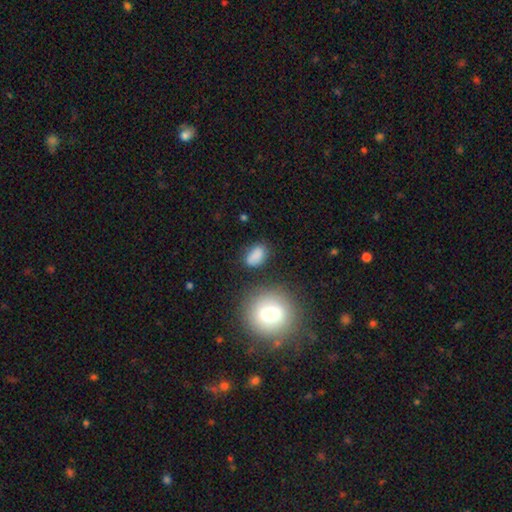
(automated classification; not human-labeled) smooth-or-featured: smooth: 84% | star or artifact: 10% | featured or disk: 7%
  how-rounded: in between: 87% | round: 11% | cigar-shaped: 3%
  merging: none: 71% | minor disturbance: 18% | merger: 6% | major disturbance: 6%